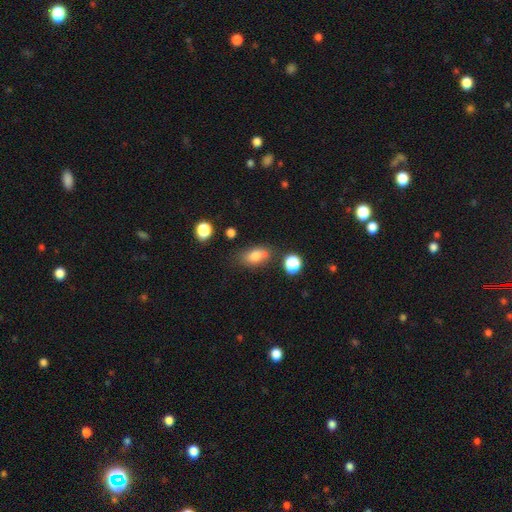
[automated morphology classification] smooth 76%, featured or disk 13%, star or artifact 11%. Down the decision tree: how rounded — in between (83%); merging — none (63%).